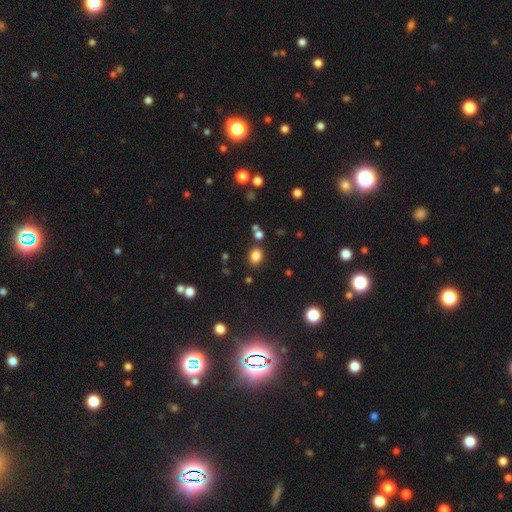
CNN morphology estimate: Q: Smooth or featured?
A: smooth (82%); runner-up: star or artifact (13%)
Q: How rounded?
A: in between (53%); runner-up: round (46%)
Q: Merging?
A: none (81%); runner-up: minor disturbance (10%)